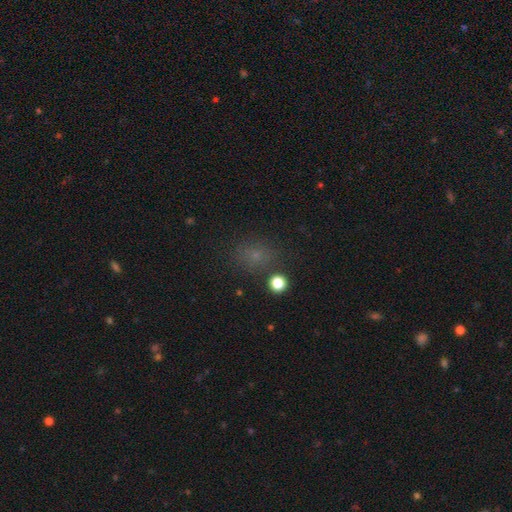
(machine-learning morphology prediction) smooth 60%, star or artifact 31%, featured or disk 9%. Down the decision tree: how rounded — round (60%); merging — none (78%).